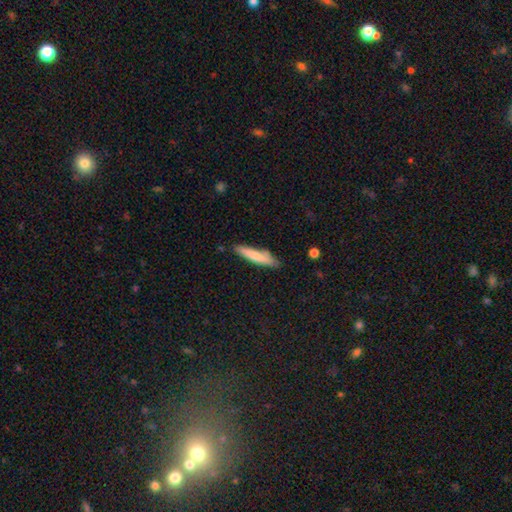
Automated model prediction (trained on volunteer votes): smooth_or_featured: smooth (p=0.74) [alt: featured or disk p=0.21]
how_rounded: cigar-shaped (p=0.89) [alt: in between p=0.10]
merging: none (p=0.78) [alt: minor disturbance p=0.16]